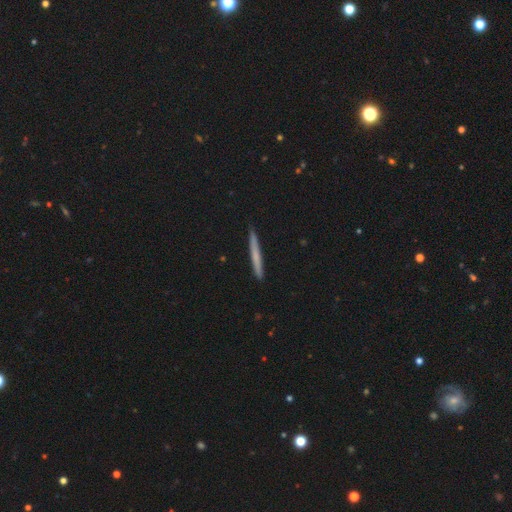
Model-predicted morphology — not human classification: Q: Smooth or featured?
A: smooth (60%); runner-up: featured or disk (34%)
Q: How rounded?
A: cigar-shaped (97%); runner-up: in between (2%)
Q: Merging?
A: none (91%); runner-up: minor disturbance (7%)